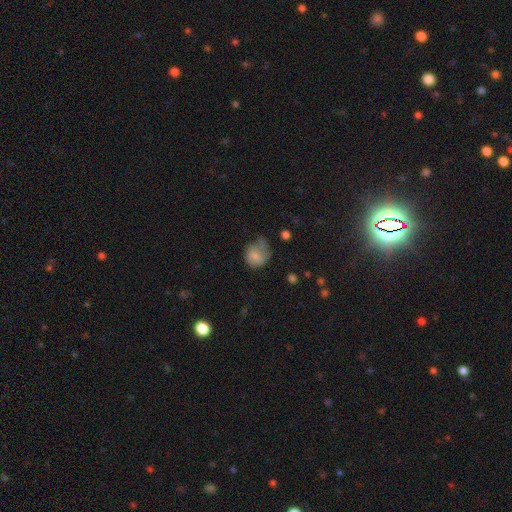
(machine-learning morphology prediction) This is likely a smooth galaxy (72%). How rounded: likely round (67%). Merging: marginally minor disturbance (35%, tied with none).